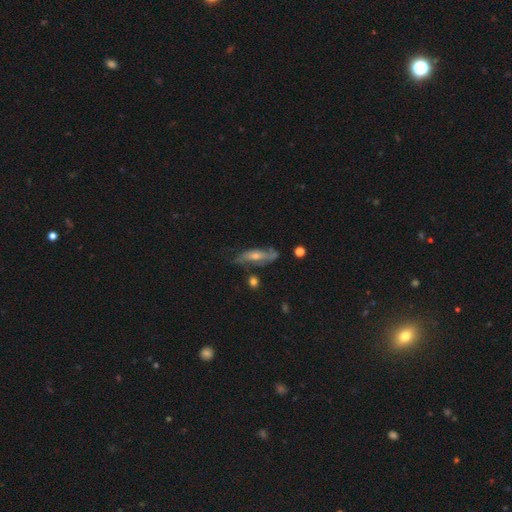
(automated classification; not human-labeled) A featured or disk galaxy (66%).

Vote fractions:
- Smooth or featured? featured or disk: 66% / smooth: 24% / star or artifact: 10%
- Edge-on disk? no: 70% / yes: 30%
- Merging? none: 65% / minor disturbance: 21% / major disturbance: 9% / merger: 5%